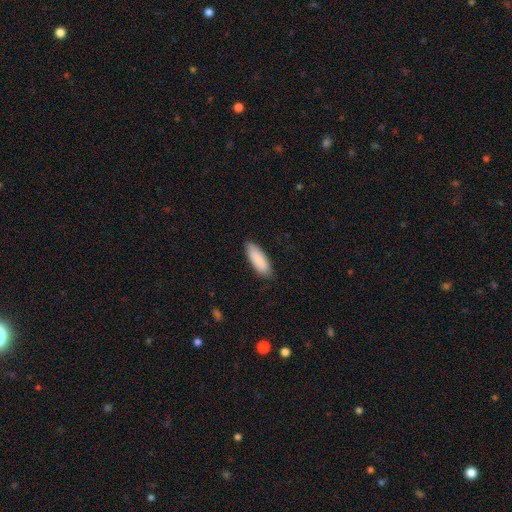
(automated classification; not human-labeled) Morphology: type=smooth (89%); roundness=in between (65%); merging=none (86%).